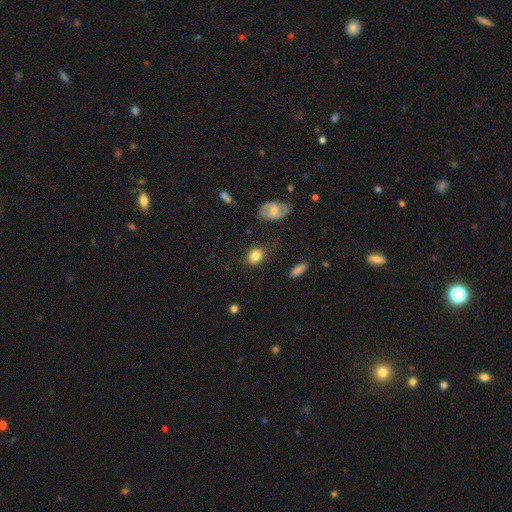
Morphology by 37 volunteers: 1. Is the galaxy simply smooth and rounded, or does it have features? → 89% smooth, 8% featured or disk, 3% star or artifact.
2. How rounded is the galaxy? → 67% round, 33% in between, 0% cigar-shaped.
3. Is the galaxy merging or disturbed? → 75% none, 19% minor disturbance, 6% major disturbance, 0% merger.